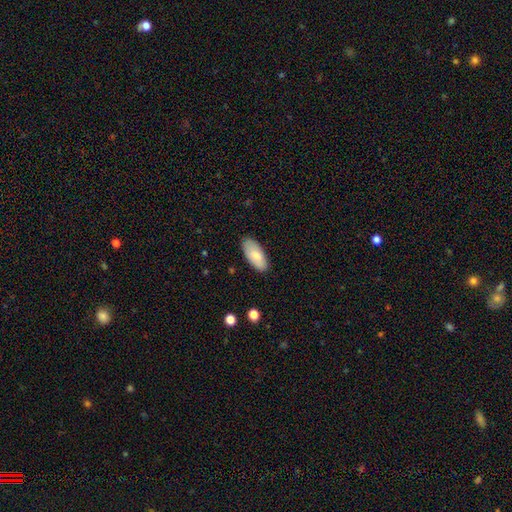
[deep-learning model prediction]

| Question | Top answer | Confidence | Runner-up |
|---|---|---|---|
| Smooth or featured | smooth | 80% | featured or disk (15%) |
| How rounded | in between | 90% | cigar-shaped (8%) |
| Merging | none | 85% | minor disturbance (11%) |